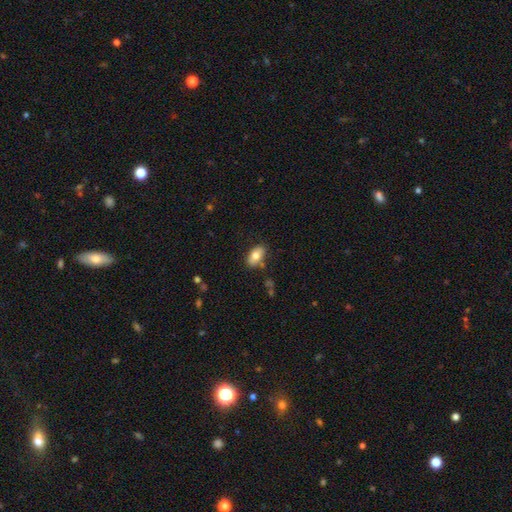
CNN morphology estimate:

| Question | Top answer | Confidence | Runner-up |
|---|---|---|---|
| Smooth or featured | smooth | 75% | featured or disk (18%) |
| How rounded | in between | 91% | round (6%) |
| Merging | none | 78% | minor disturbance (14%) |